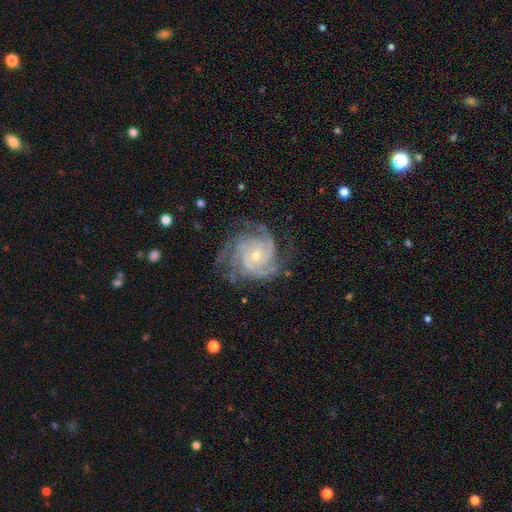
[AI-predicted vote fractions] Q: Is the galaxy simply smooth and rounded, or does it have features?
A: featured or disk — 91%.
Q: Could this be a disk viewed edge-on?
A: no — 98%.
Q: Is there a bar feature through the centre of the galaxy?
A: no — 72%.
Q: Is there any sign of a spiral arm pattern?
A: yes — 98%.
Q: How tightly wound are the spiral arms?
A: tight — 65%.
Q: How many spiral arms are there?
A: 3 — 32%.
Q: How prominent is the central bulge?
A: small — 64%.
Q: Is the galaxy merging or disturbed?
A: none — 72%.